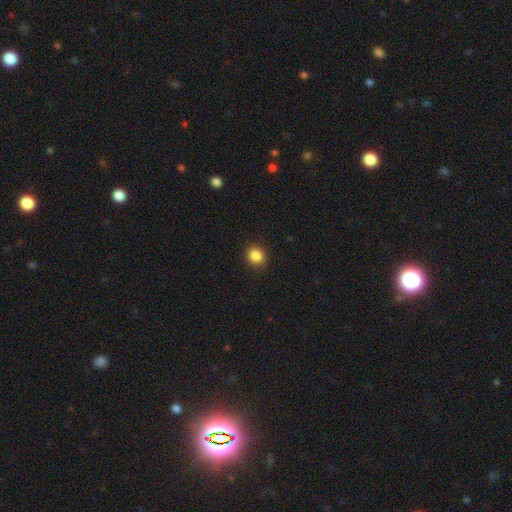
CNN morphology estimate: type=smooth (86%); roundness=round (83%); merging=none (91%).